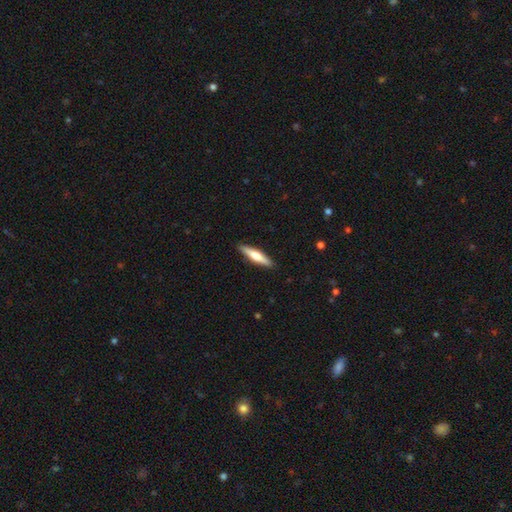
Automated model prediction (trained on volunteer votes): Smooth or featured?
  - smooth: 50% *
  - featured or disk: 45%
  - star or artifact: 5%
How rounded?
  - cigar-shaped: 84% *
  - in between: 14%
  - round: 1%
Merging?
  - none: 91% *
  - minor disturbance: 7%
  - major disturbance: 1%
  - merger: 1%